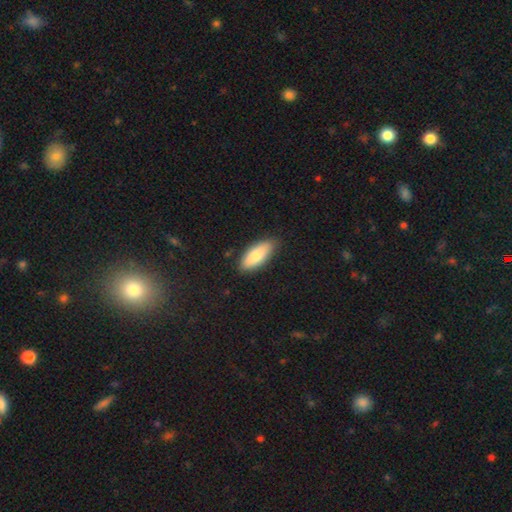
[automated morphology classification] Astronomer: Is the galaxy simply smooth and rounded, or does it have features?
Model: smooth — 80%.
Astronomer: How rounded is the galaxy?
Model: in between — 76%.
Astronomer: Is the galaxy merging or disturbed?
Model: none — 84%.